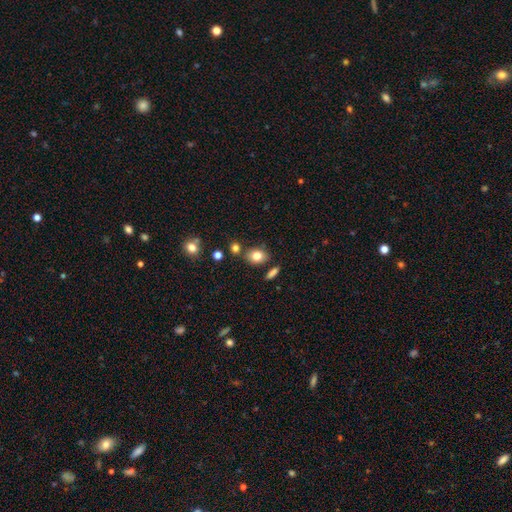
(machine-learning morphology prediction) This appears to be a smooth galaxy with no disk features (76%) that is in between round and cigar-shaped (55%). Merging: none (77%).